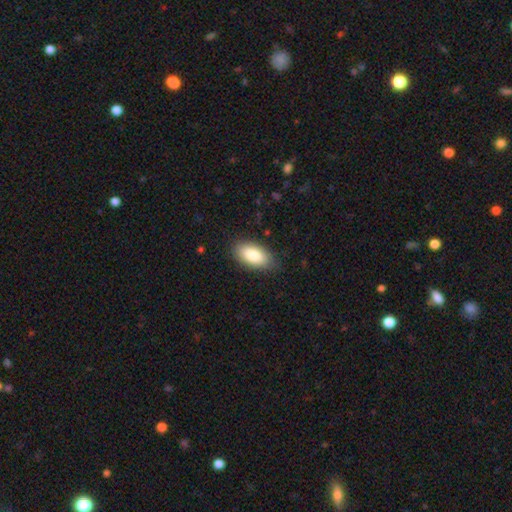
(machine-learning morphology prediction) smooth-or-featured: smooth: 86% | featured or disk: 8% | star or artifact: 6%
  how-rounded: in between: 93% | cigar-shaped: 4% | round: 3%
  merging: none: 83% | minor disturbance: 13% | major disturbance: 3% | merger: 1%